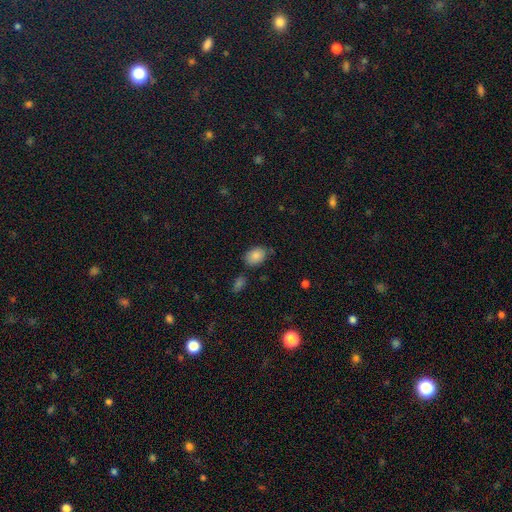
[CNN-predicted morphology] smooth_or_featured: smooth (p=0.86) [alt: star or artifact p=0.08]
how_rounded: in between (p=0.79) [alt: round p=0.20]
merging: none (p=0.68) [alt: minor disturbance p=0.21]